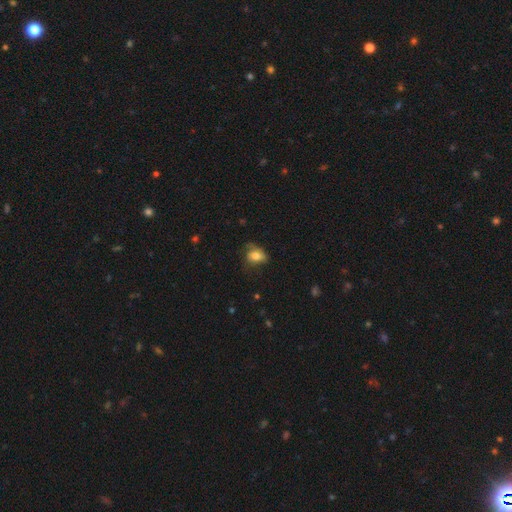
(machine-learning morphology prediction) Smooth or featured: smooth — 74% (featured or disk — 16%)
How rounded: in between — 74% (round — 24%)
Merging: none — 43% (minor disturbance — 33%)